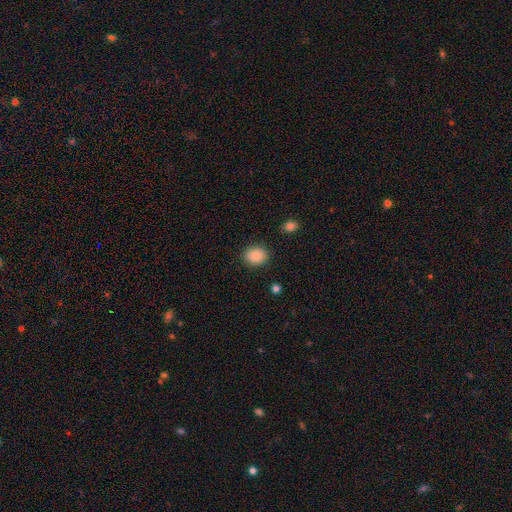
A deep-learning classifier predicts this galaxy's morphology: smooth 86%, star or artifact 9%, featured or disk 6%. Down the decision tree: how rounded — round (63%); merging — none (88%).